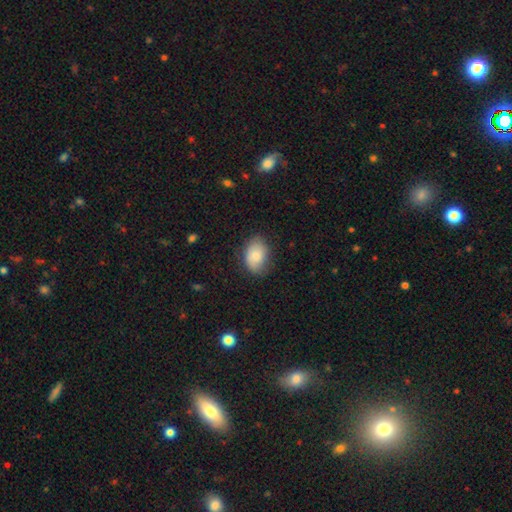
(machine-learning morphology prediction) Smooth or featured: smooth — 78% (featured or disk — 15%)
How rounded: in between — 84% (round — 15%)
Merging: none — 73% (minor disturbance — 21%)